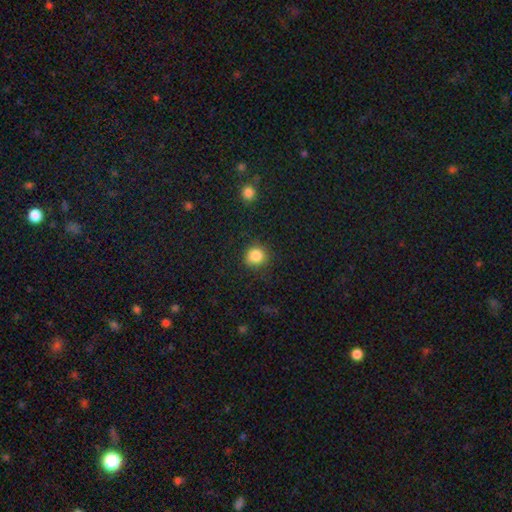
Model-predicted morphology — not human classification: A smooth galaxy with no disk features (85%) that is round (88%). Merging: none (84%).